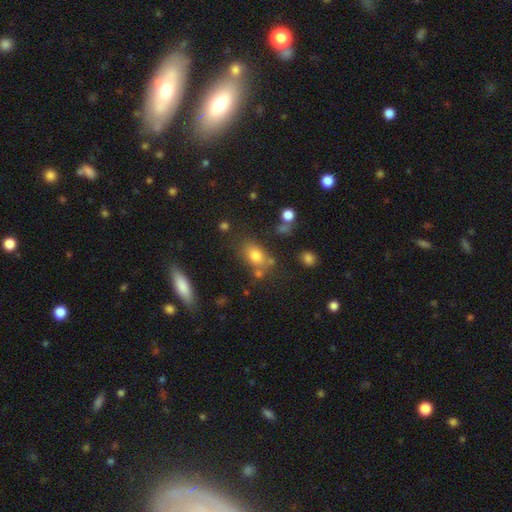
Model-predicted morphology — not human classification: A smooth galaxy with no disk features (76%) that is in between round and cigar-shaped (75%).

Vote fractions:
- Smooth or featured? smooth: 76% / star or artifact: 13% / featured or disk: 11%
- How rounded? in between: 75% / round: 22% / cigar-shaped: 4%
- Merging? none: 66% / minor disturbance: 16% / merger: 12% / major disturbance: 6%